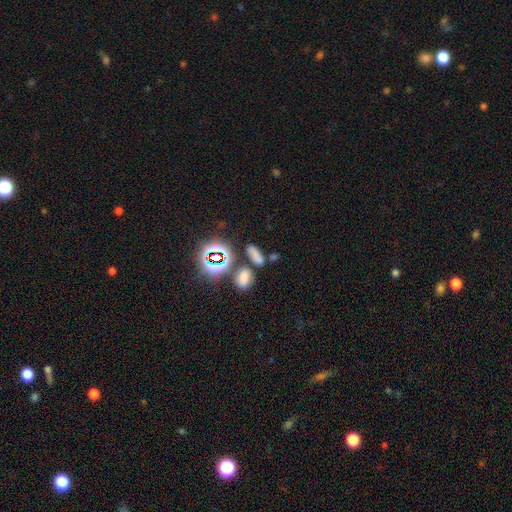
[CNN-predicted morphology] type=smooth (68%); roundness=in between (73%); merging=none (67%).